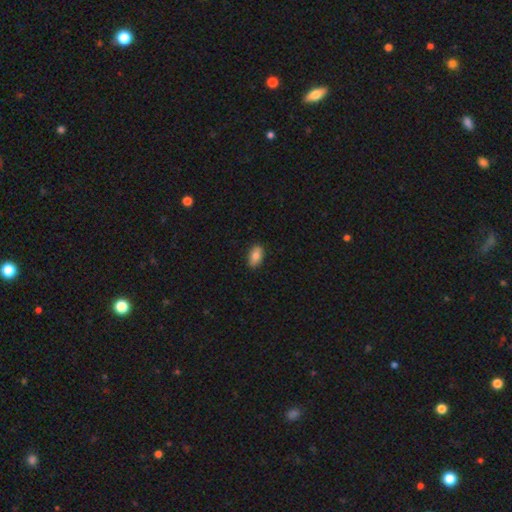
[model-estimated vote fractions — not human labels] A smooth galaxy with no disk features (81%) that is in between round and cigar-shaped (92%).

Vote fractions:
- Smooth or featured? smooth: 81% / featured or disk: 11% / star or artifact: 8%
- How rounded? in between: 92% / round: 6% / cigar-shaped: 3%
- Merging? none: 88% / minor disturbance: 9% / major disturbance: 2% / merger: 1%